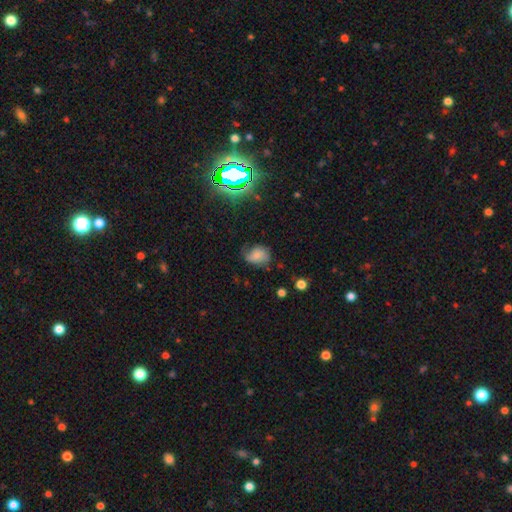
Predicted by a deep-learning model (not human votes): This appears to be a smooth galaxy with no disk features (63%) that is in between round and cigar-shaped (59%). Merging: none (50%).